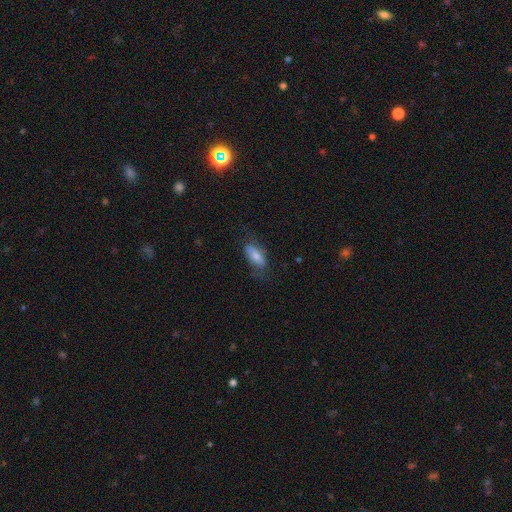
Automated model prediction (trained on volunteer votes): smooth 68%, featured or disk 25%, star or artifact 7%. Down the decision tree: how rounded — in between (83%); merging — none (64%).